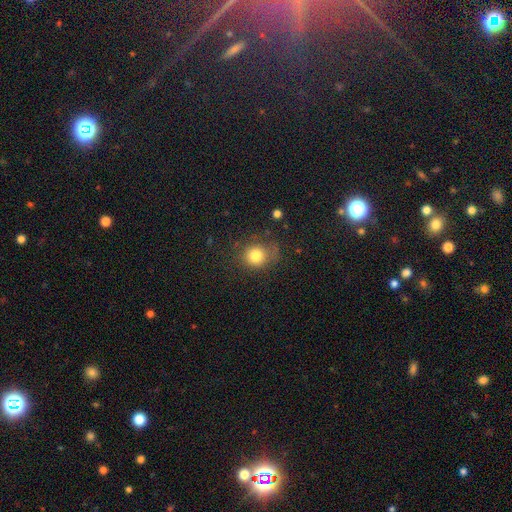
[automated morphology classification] type=smooth (80%); roundness=round (83%); merging=none (69%).